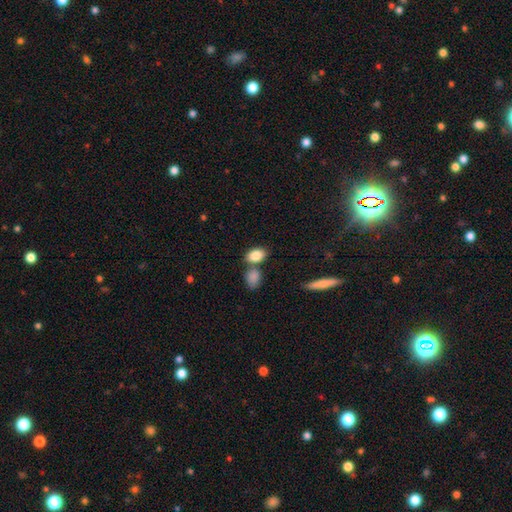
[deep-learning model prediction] smooth 86%, star or artifact 7%, featured or disk 7%. Down the decision tree: how rounded — in between (85%); merging — none (55%).